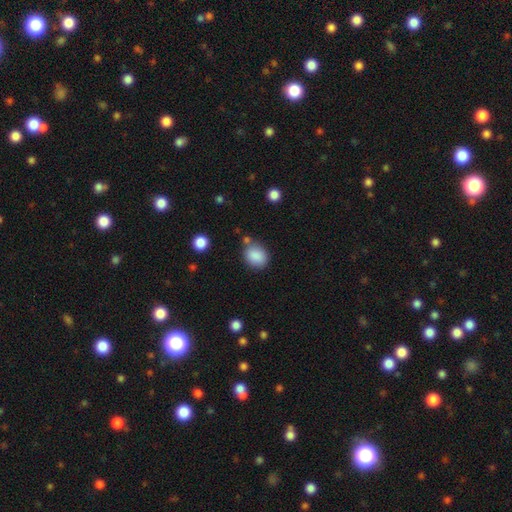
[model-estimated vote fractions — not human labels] Smooth or featured? Predicted: smooth (p=0.87). How rounded? Predicted: round (p=0.52). Merging? Predicted: none (p=0.72).